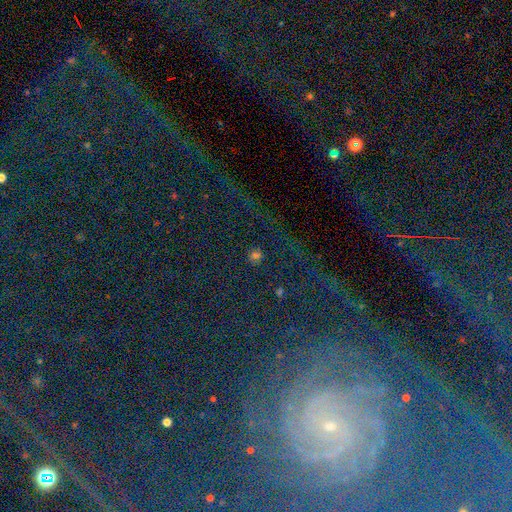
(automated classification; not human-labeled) This appears to be a star or artifact, not a galaxy (46%, tied with smooth).